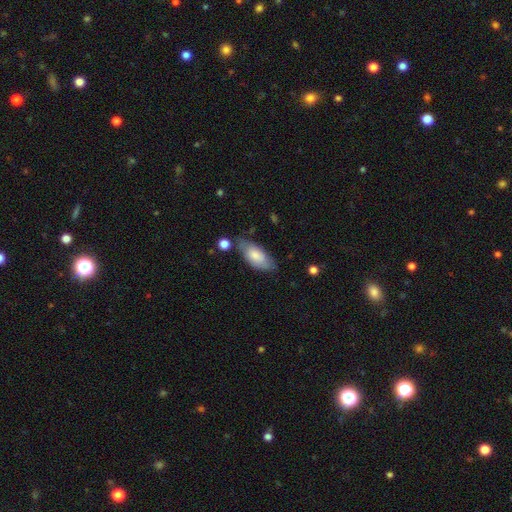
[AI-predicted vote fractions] The model was most divided on "merging": none: 62%, minor disturbance: 25%, merger: 6%, major disturbance: 6%. More confident: how rounded — in between (86%); smooth or featured — smooth (74%).